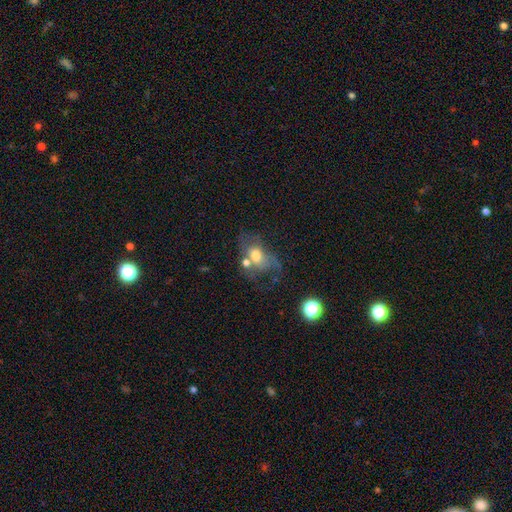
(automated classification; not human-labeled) Overall: smooth (54%; featured or disk 35%). How rounded: in between (68%; round 31%). Merging: none (29%, tied with merger).